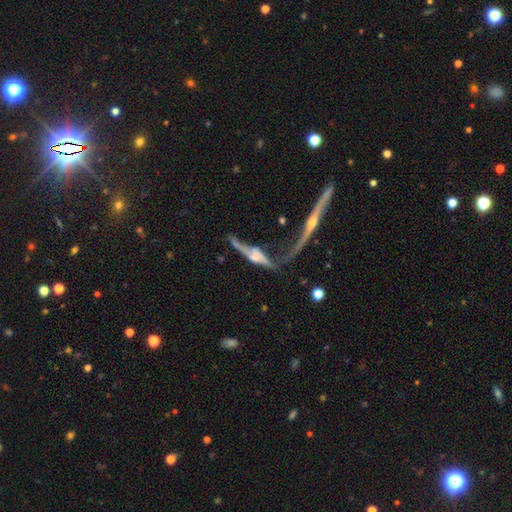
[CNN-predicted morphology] The model was most divided on "merging": merger: 33%, major disturbance: 28%, none: 24%, minor disturbance: 15%. More confident: edge-on disk — yes (71%); smooth or featured — featured or disk (70%).